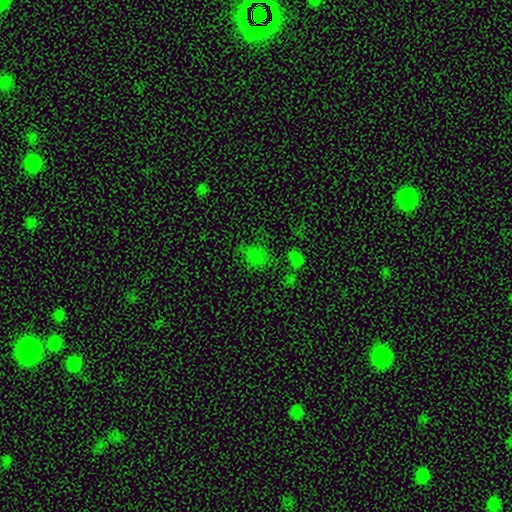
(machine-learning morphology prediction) This appears to be a smooth galaxy with no disk features (52%) that is round (54%). Merging: none (61%).